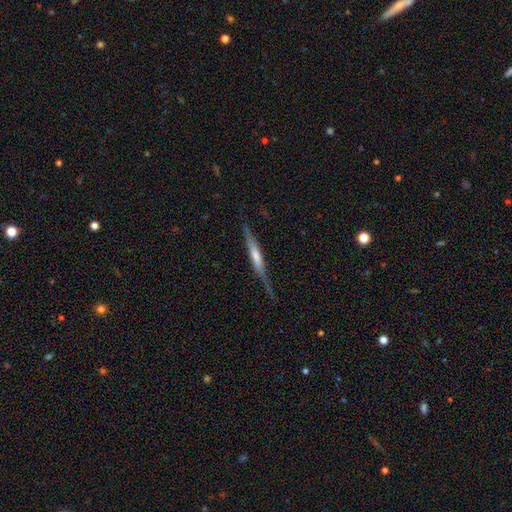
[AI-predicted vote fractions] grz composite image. It shows a featured or disk galaxy (67%) viewed edge-on (95%) with a rounded central bulge (49%). Merging: none (73%).